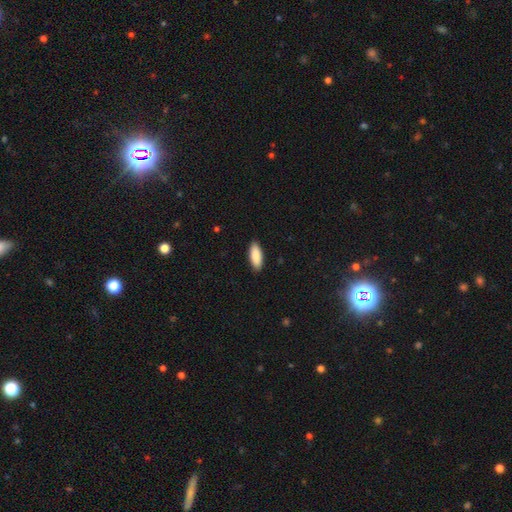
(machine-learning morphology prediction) smooth_or_featured: smooth (p=0.89) [alt: featured or disk p=0.06]
how_rounded: in between (p=0.76) [alt: cigar-shaped p=0.22]
merging: none (p=0.90) [alt: minor disturbance p=0.08]